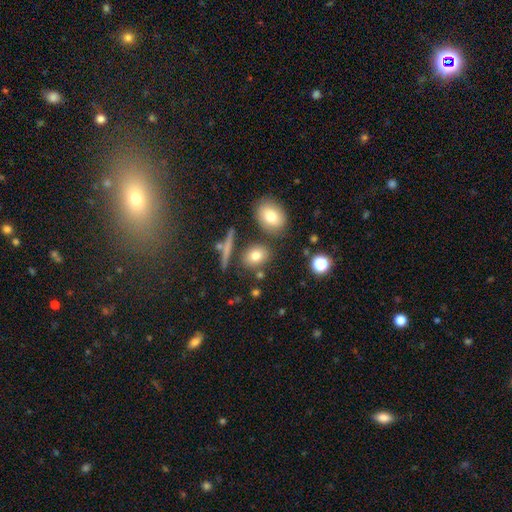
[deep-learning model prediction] Overall: smooth (75%). How rounded: in between (48%, tied with round). Merging: none (76%).